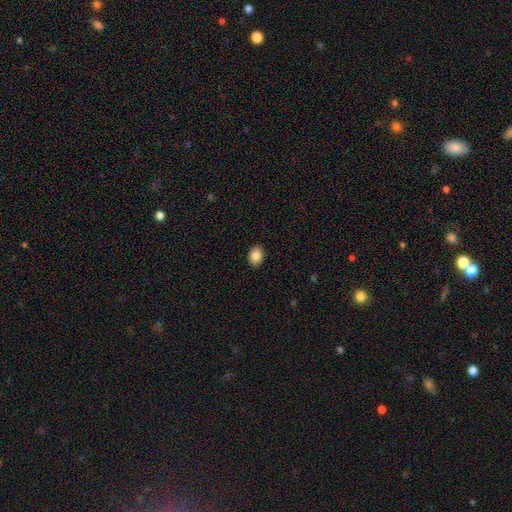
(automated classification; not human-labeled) Smooth or featured?
  - smooth: 86% *
  - star or artifact: 8%
  - featured or disk: 6%
How rounded?
  - in between: 67% *
  - round: 32%
  - cigar-shaped: 1%
Merging?
  - none: 91% *
  - minor disturbance: 6%
  - major disturbance: 2%
  - merger: 1%